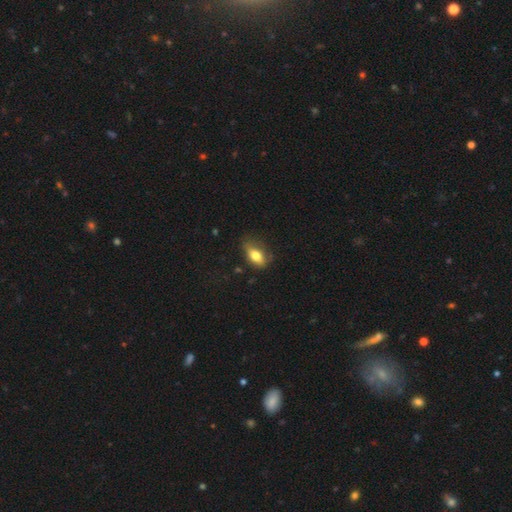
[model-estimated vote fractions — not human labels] Overall: smooth (74%). How rounded: in between (84%). Merging: none (57%; minor disturbance 30%).